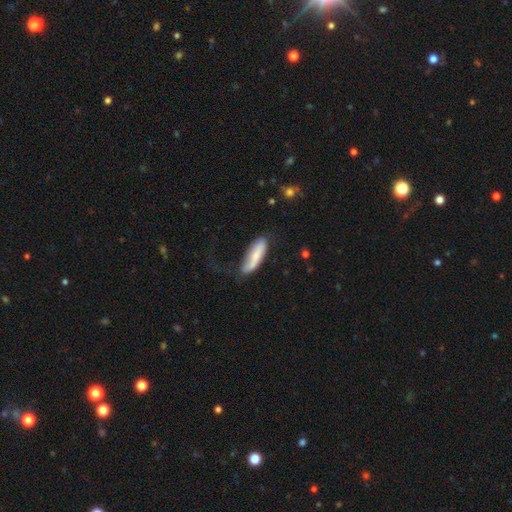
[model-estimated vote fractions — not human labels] Q: Smooth or featured?
A: smooth (66%); runner-up: featured or disk (28%)
Q: How rounded?
A: cigar-shaped (51%); runner-up: in between (47%)
Q: Merging?
A: none (51%); runner-up: minor disturbance (31%)